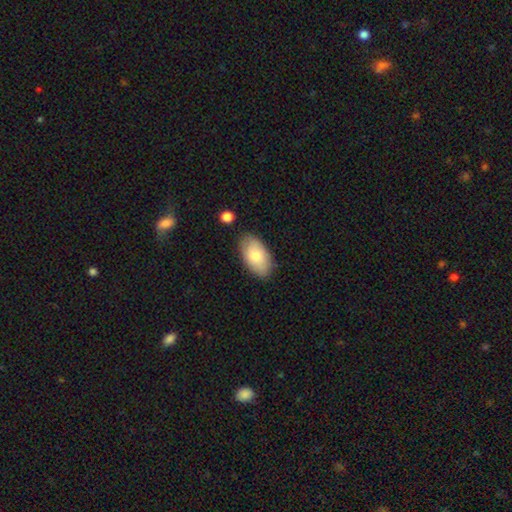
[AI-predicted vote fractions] smooth 75%, featured or disk 19%, star or artifact 6%. Down the decision tree: how rounded — in between (95%); merging — none (80%).